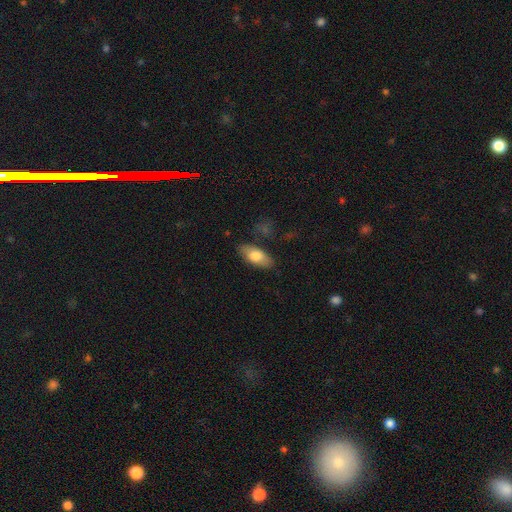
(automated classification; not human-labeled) Smooth or featured? Predicted: smooth (p=0.75). How rounded? Predicted: in between (p=0.84). Merging? Predicted: none (p=0.80).